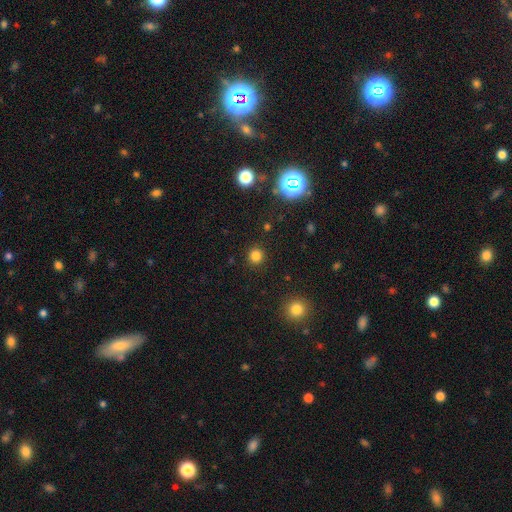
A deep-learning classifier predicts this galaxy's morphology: A smooth galaxy with no disk features (79%) that is round (94%). Merging: none (91%).